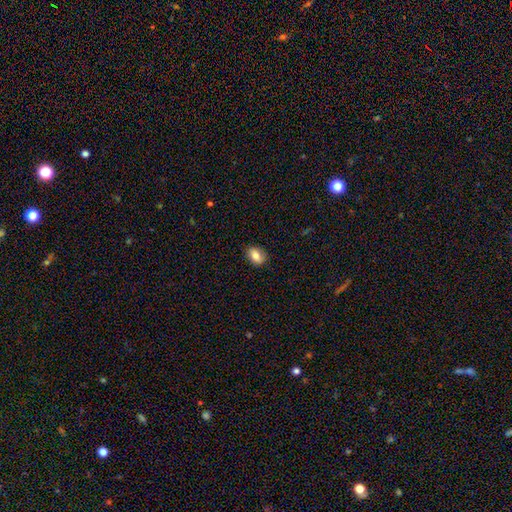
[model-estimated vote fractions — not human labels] This appears to be a smooth galaxy with no disk features (81%) that is in between round and cigar-shaped (79%). Merging: none (85%).